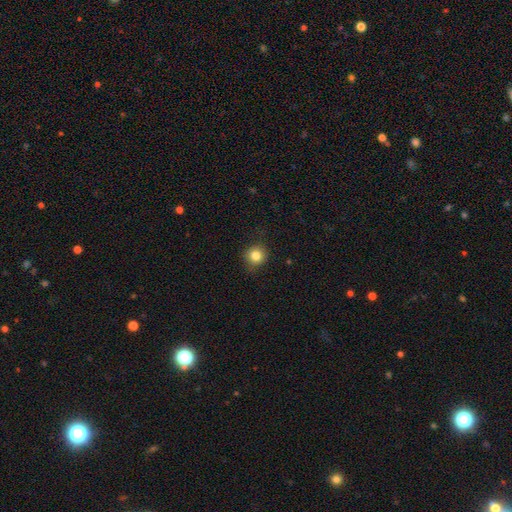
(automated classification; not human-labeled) Smooth or featured? smooth (83%)
How rounded? round (89%)
Merging? none (84%)